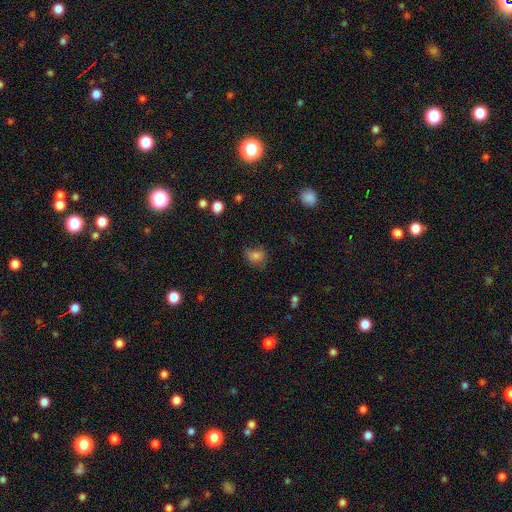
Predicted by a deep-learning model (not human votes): This appears to be a smooth galaxy with no disk features (78%) that is round (50%). Merging: none (62%).